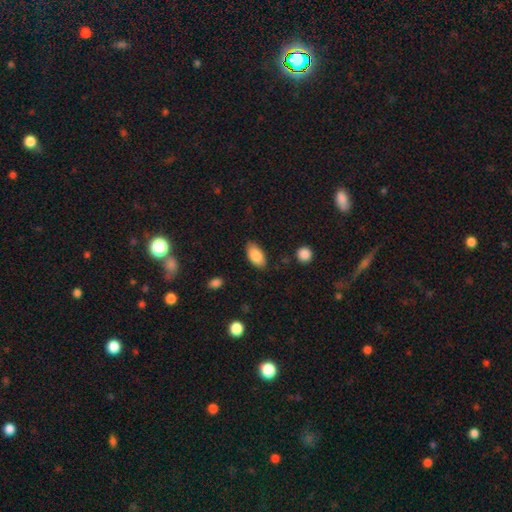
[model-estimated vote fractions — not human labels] This is clearly a smooth galaxy (85%). How rounded: clearly in between (93%). Merging: clearly none (83%).